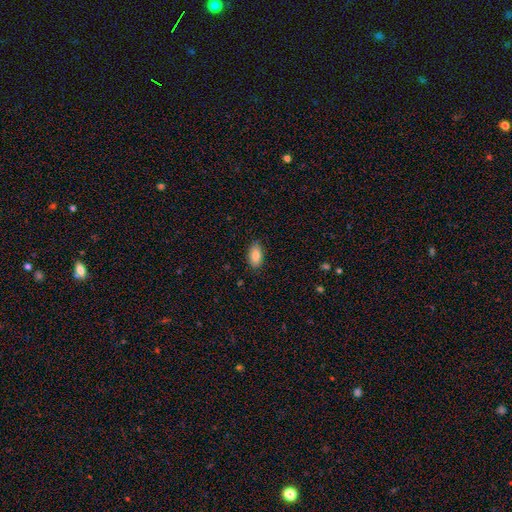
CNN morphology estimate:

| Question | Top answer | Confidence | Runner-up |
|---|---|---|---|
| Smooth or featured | smooth | 86% | featured or disk (7%) |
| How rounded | in between | 92% | cigar-shaped (5%) |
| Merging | none | 85% | minor disturbance (12%) |